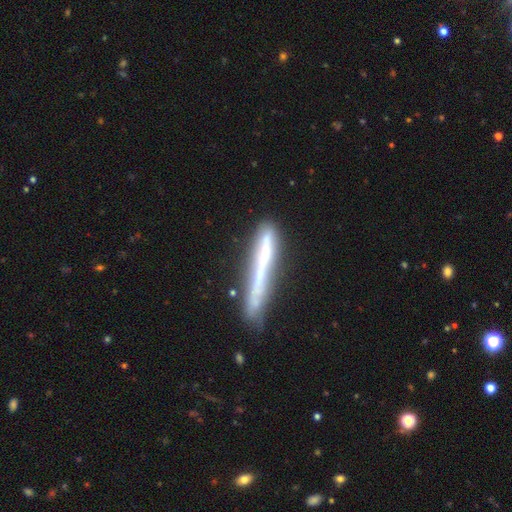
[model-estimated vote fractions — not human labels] The model was most divided on "smooth or featured": featured or disk: 52%, smooth: 40%, star or artifact: 8%. More confident: edge-on disk — yes (89%); merging — none (68%).